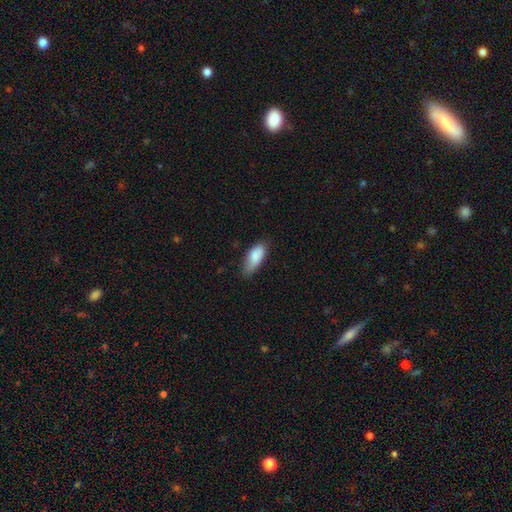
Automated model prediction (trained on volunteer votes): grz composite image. It shows a smooth galaxy with no disk features (86%) that is in between round and cigar-shaped (81%). Merging: none (62%).